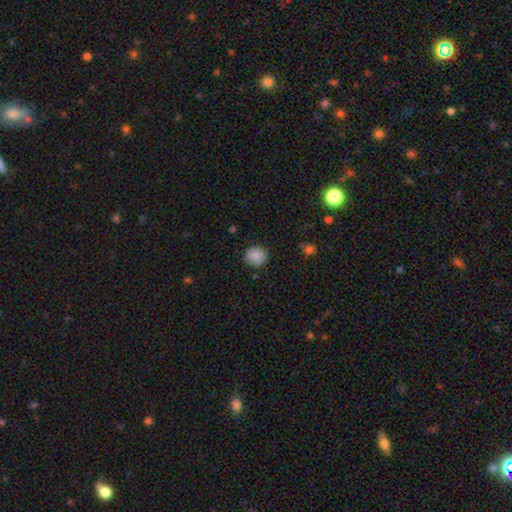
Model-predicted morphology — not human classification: This is clearly a smooth galaxy (88%). How rounded: clearly round (89%). Merging: clearly none (88%).